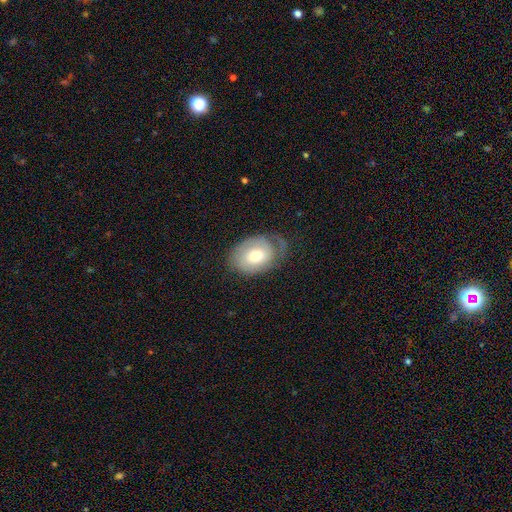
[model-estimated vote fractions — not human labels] A smooth galaxy with no disk features (51%) that is in between round and cigar-shaped (72%). Merging: none (56%).